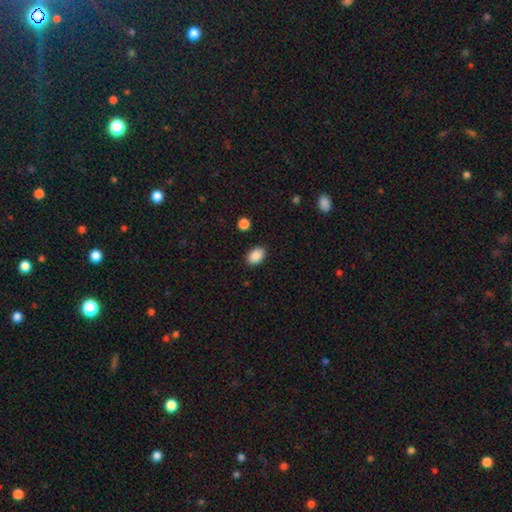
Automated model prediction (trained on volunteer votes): This appears to be a smooth galaxy with no disk features (88%) that is in between round and cigar-shaped (81%). Merging: none (86%).